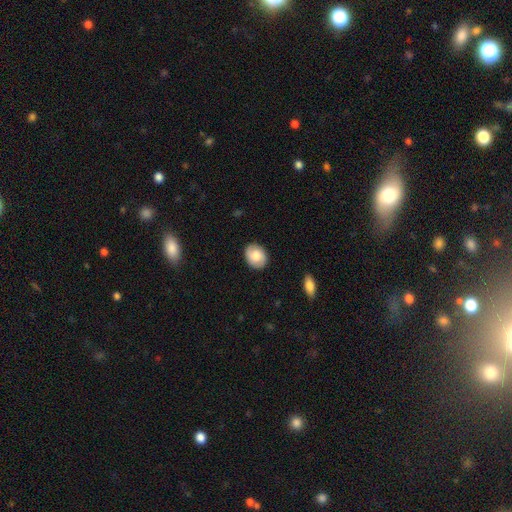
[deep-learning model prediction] Q: Smooth or featured?
A: smooth (73%); runner-up: featured or disk (20%)
Q: How rounded?
A: in between (53%); runner-up: round (46%)
Q: Merging?
A: none (84%); runner-up: minor disturbance (12%)